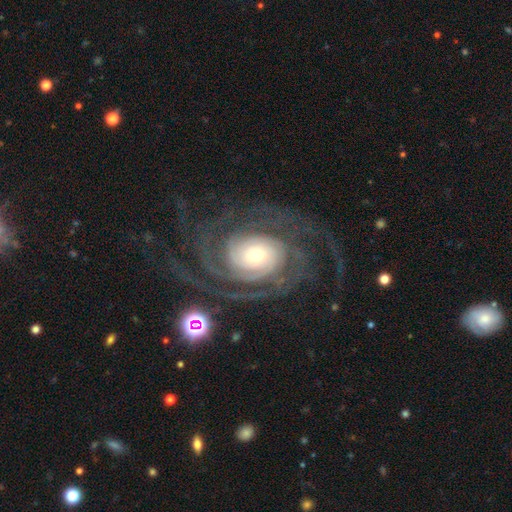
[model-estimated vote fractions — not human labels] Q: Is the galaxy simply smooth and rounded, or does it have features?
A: featured or disk — 90%.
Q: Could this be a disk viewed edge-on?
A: no — 97%.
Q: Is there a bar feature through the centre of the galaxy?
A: no — 71%.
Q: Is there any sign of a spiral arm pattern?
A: yes — 98%.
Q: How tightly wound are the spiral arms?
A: tight — 65%.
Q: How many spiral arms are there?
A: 2 — 25%.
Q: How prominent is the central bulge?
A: moderate — 46%.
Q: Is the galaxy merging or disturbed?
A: none — 67%.